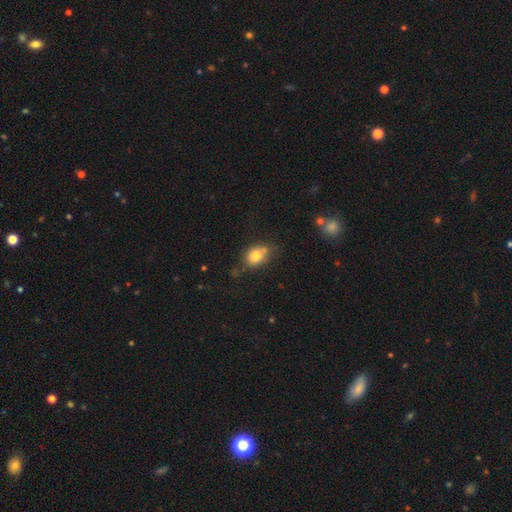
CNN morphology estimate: Smooth or featured? Predicted: smooth (p=0.77). How rounded? Predicted: in between (p=0.58). Merging? Predicted: none (p=0.60).